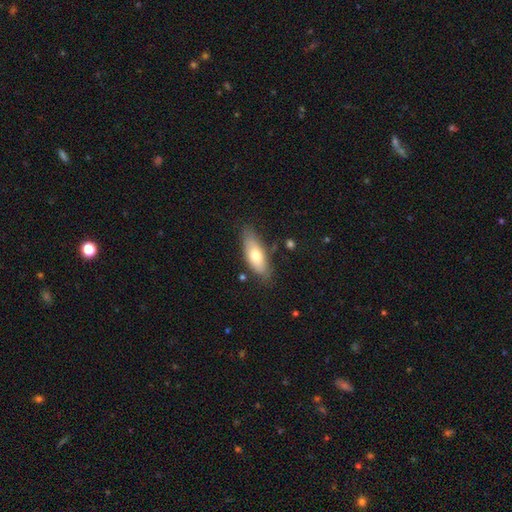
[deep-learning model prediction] smooth-or-featured: smooth: 67% | featured or disk: 27% | star or artifact: 6%
  how-rounded: in between: 69% | cigar-shaped: 29% | round: 3%
  merging: none: 75% | minor disturbance: 18% | major disturbance: 4% | merger: 3%